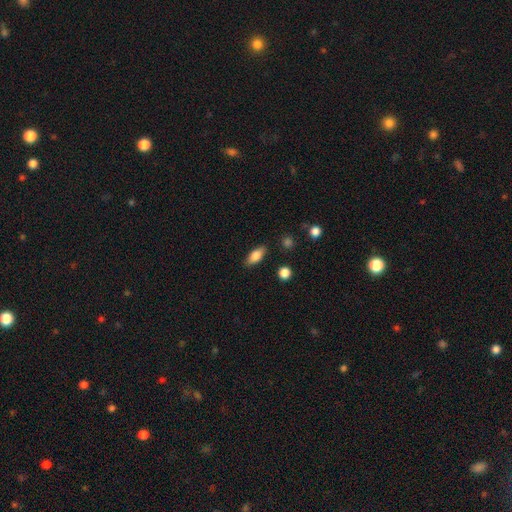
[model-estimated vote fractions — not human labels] A smooth galaxy with no disk features (82%) that is in between round and cigar-shaped (84%). Merging: none (85%).